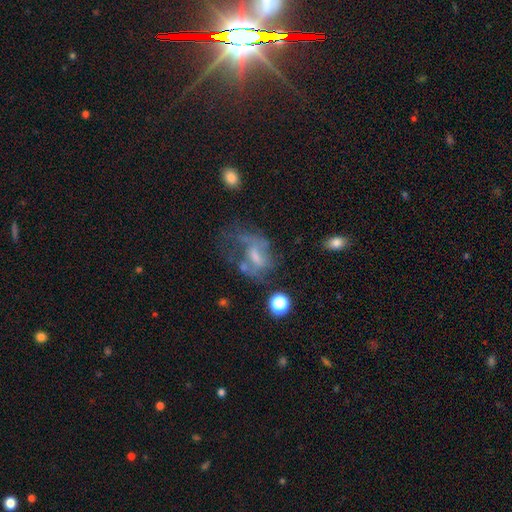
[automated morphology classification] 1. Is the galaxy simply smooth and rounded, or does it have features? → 56% featured or disk, 28% smooth, 16% star or artifact.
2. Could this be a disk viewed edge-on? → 95% no, 5% yes.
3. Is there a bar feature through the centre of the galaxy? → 47% no, 38% weak, 14% strong.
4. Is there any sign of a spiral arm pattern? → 59% no, 41% yes.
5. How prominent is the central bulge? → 33% small, 31% moderate, 30% none, 5% large, 1% dominant.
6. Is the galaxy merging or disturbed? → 42% major disturbance, 30% none, 18% minor disturbance, 10% merger.